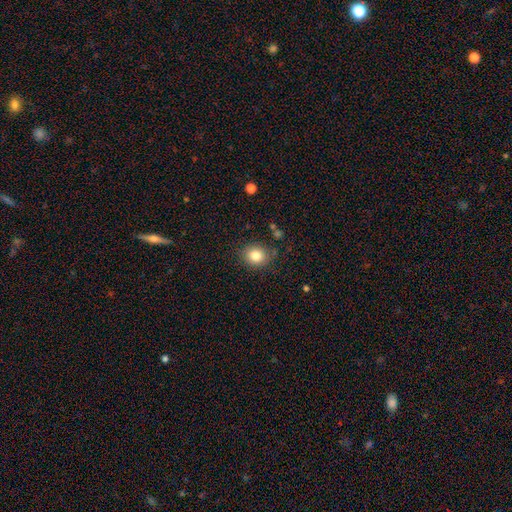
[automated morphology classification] smooth 82%, star or artifact 10%, featured or disk 7%. Down the decision tree: how rounded — round (72%); merging — none (85%).